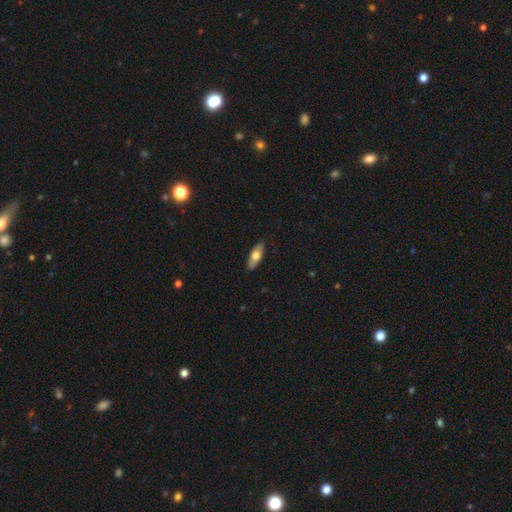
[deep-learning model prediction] Q: Smooth or featured?
A: smooth (60%); runner-up: featured or disk (34%)
Q: How rounded?
A: in between (68%); runner-up: cigar-shaped (29%)
Q: Merging?
A: none (88%); runner-up: minor disturbance (9%)